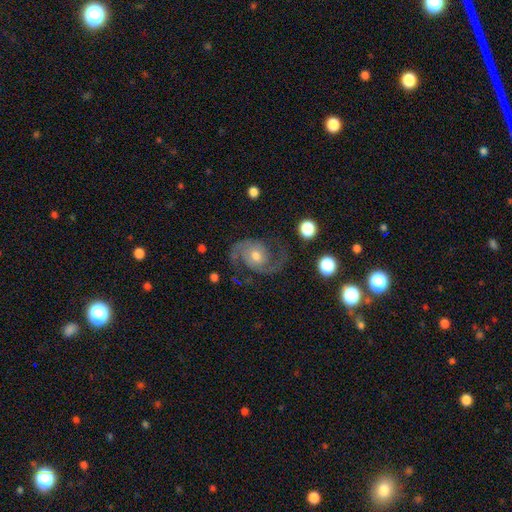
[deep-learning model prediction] Overall: featured or disk (90%). Edge-on disk: no (98%). Bar: no (70%). Spiral arms: yes (98%). Spiral arm count: 2 (93%). Spiral winding: medium (58%; tight 22%). Bulge size: moderate (64%; small 29%). Merging: none (78%).